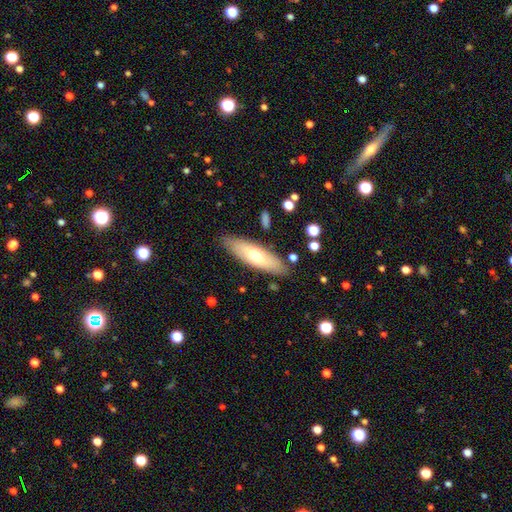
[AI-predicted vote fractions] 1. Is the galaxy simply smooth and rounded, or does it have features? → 60% smooth, 34% featured or disk, 6% star or artifact.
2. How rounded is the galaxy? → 54% in between, 44% cigar-shaped, 2% round.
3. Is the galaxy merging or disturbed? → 83% none, 12% minor disturbance, 3% major disturbance, 2% merger.